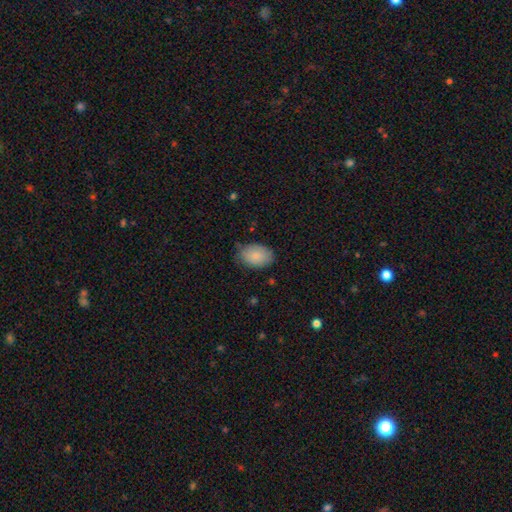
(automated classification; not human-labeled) The model was most divided on "merging": none: 75%, minor disturbance: 20%, major disturbance: 4%, merger: 1%. More confident: how rounded — in between (88%); smooth or featured — smooth (87%).